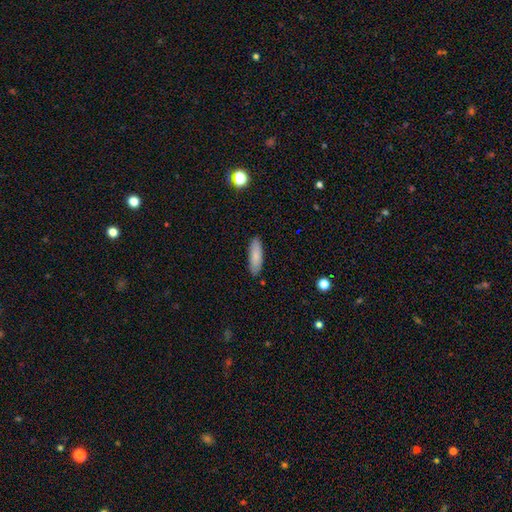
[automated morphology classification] Smooth or featured: smooth — 85% (featured or disk — 9%)
How rounded: in between — 49% (tied with cigar-shaped — 49%)
Merging: none — 88% (minor disturbance — 9%)